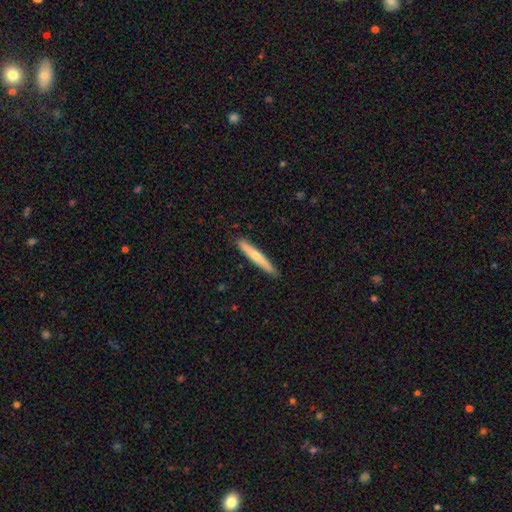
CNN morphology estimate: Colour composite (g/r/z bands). It shows a smooth galaxy with no disk features (64%) that is cigar-shaped (95%). Merging: none (88%).